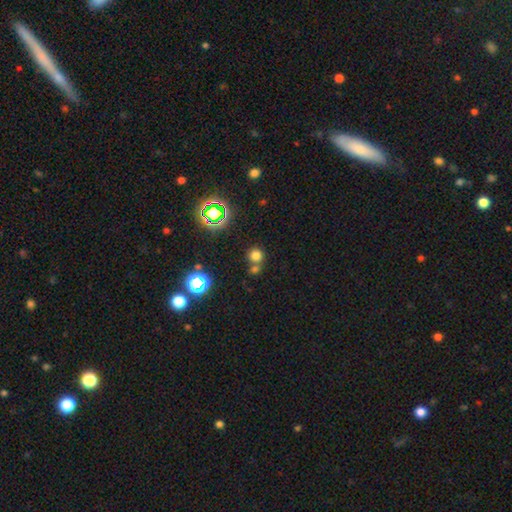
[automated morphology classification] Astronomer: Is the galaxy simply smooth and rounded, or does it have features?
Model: smooth — 70%.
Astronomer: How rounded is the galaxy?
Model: round — 90%.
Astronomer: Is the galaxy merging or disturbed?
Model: none — 57% (runner-up: merger, 33%).